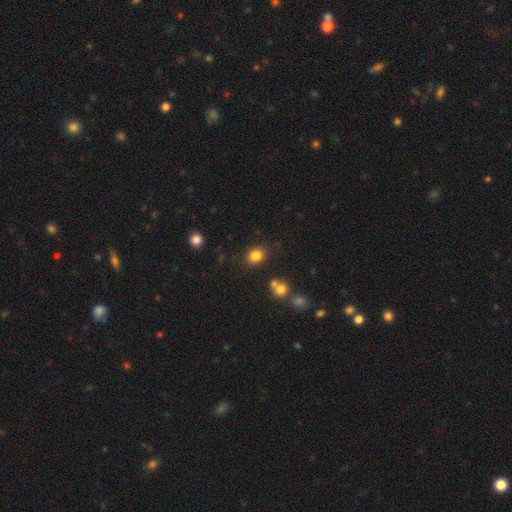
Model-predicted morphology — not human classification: A smooth galaxy with no disk features (83%) that is round (61%).

Vote fractions:
- Smooth or featured? smooth: 83% / star or artifact: 12% / featured or disk: 5%
- How rounded? round: 61% / in between: 38% / cigar-shaped: 1%
- Merging? none: 83% / minor disturbance: 10% / merger: 5% / major disturbance: 3%